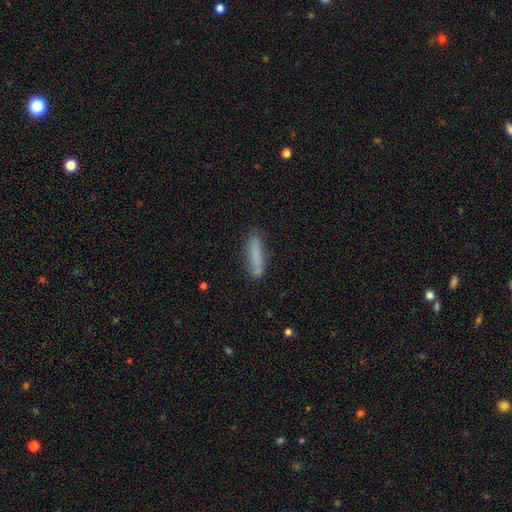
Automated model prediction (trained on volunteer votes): The model was most divided on "smooth or featured": smooth: 78%, featured or disk: 14%, star or artifact: 7%. More confident: how rounded — cigar-shaped (82%); merging — none (79%).